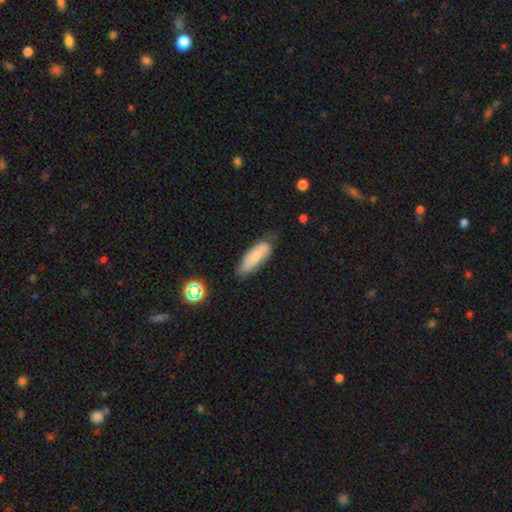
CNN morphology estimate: Smooth or featured? Predicted: smooth (p=0.58). How rounded? Predicted: in between (p=0.65). Merging? Predicted: none (p=0.64).